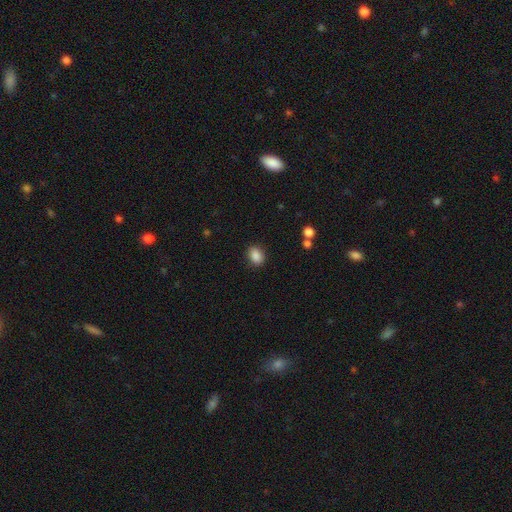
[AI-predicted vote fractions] A smooth galaxy with no disk features (87%) that is in between round and cigar-shaped (70%). Merging: none (86%).